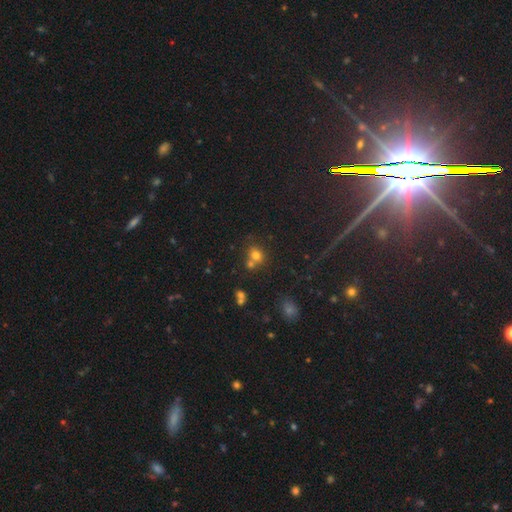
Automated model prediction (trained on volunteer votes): Overall: smooth (71%). How rounded: round (74%). Merging: none (48%; merger 39%).